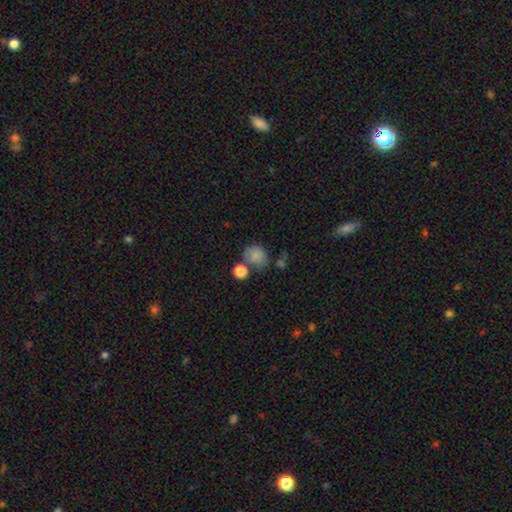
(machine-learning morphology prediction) Smooth or featured: smooth — 81% (star or artifact — 11%)
How rounded: round — 69% (in between — 30%)
Merging: none — 51% (merger — 21%)